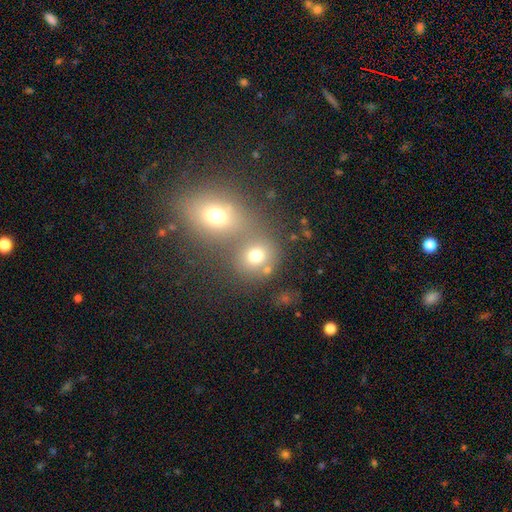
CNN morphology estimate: smooth_or_featured: smooth (p=0.73) [alt: star or artifact p=0.16]
how_rounded: round (p=0.79) [alt: in between p=0.20]
merging: merger (p=0.50) [alt: none p=0.39]